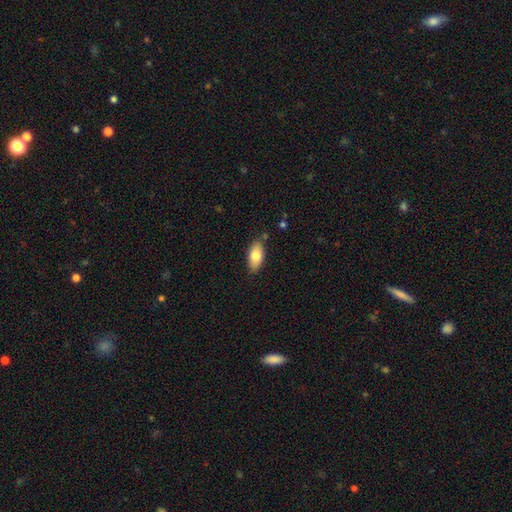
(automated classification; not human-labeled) Morphology: type=smooth (79%); roundness=in between (91%); merging=none (83%).